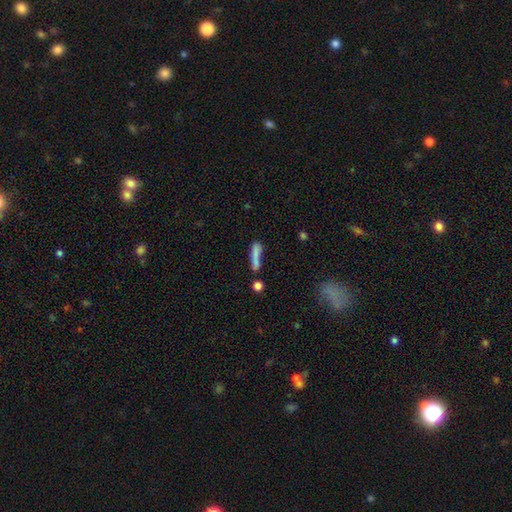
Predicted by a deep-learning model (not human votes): This is likely a smooth galaxy (72%). How rounded: likely cigar-shaped (79%). Merging: possibly none (47%).